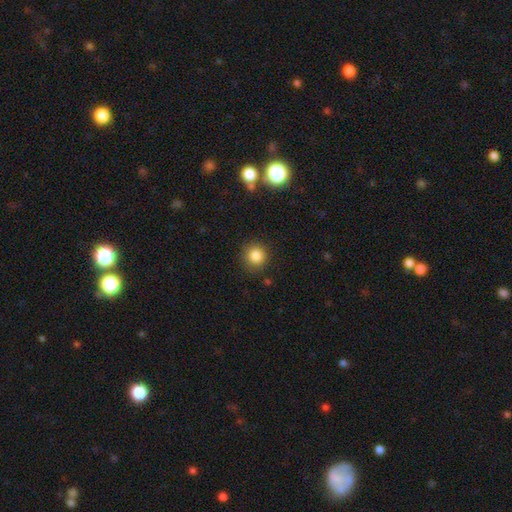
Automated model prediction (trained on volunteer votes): smooth 84%, star or artifact 11%, featured or disk 5%. Down the decision tree: how rounded — round (91%); merging — none (86%).